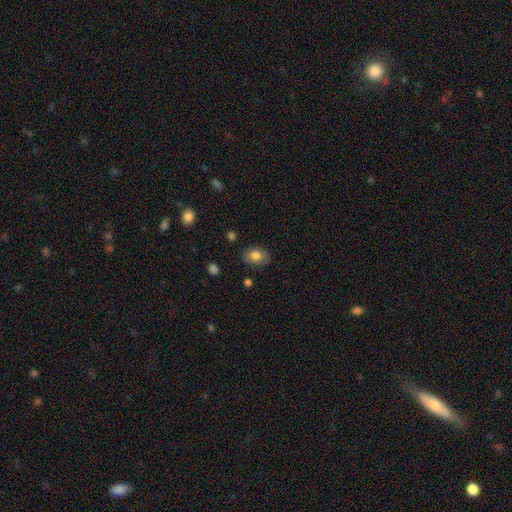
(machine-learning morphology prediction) Smooth or featured?
  - smooth: 80% *
  - featured or disk: 11%
  - star or artifact: 9%
How rounded?
  - in between: 74% *
  - round: 25%
  - cigar-shaped: 1%
Merging?
  - none: 83% *
  - minor disturbance: 13%
  - major disturbance: 3%
  - merger: 1%